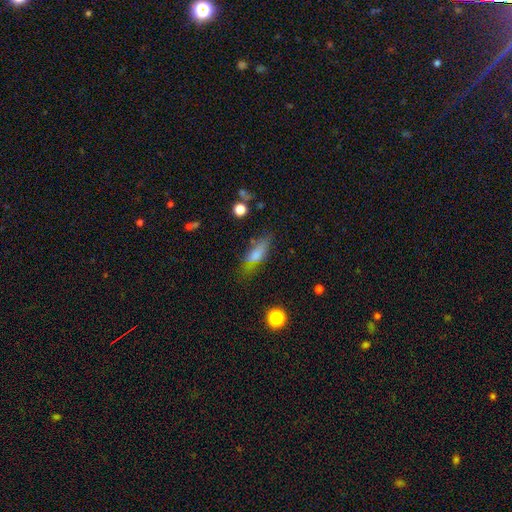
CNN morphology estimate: smooth_or_featured: smooth (p=0.69) [alt: featured or disk p=0.22]
how_rounded: cigar-shaped (p=0.50) [alt: in between p=0.47]
merging: none (p=0.67) [alt: minor disturbance p=0.21]